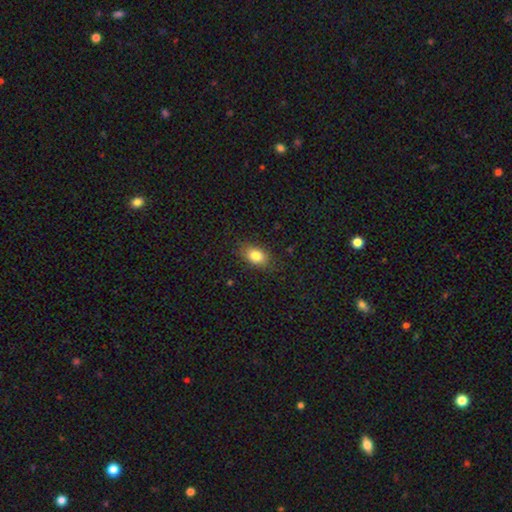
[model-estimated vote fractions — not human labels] The model was most divided on "how rounded": in between: 82%, round: 16%, cigar-shaped: 2%. More confident: merging — none (83%); smooth or featured — smooth (83%).